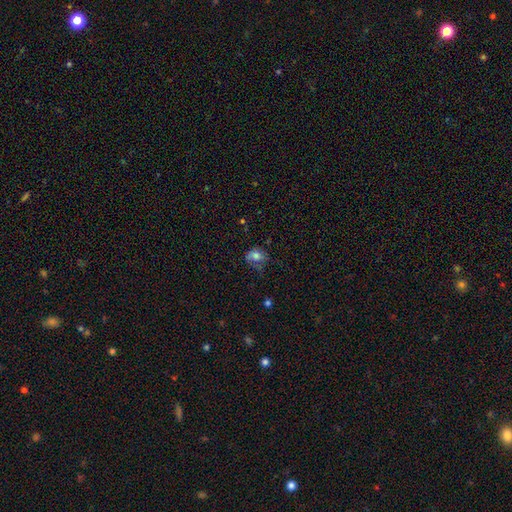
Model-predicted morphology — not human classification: smooth-or-featured: smooth: 64% | featured or disk: 25% | star or artifact: 11%
  how-rounded: in between: 52% | round: 47% | cigar-shaped: 1%
  merging: none: 34% | major disturbance: 32% | minor disturbance: 31% | merger: 3%